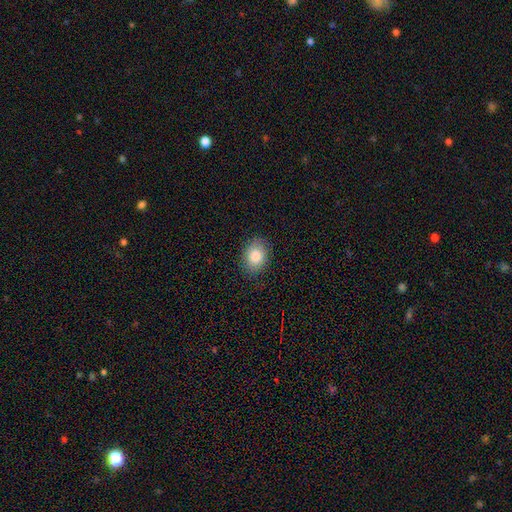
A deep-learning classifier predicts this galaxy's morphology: type=smooth (84%); roundness=in between (67%); merging=none (85%).